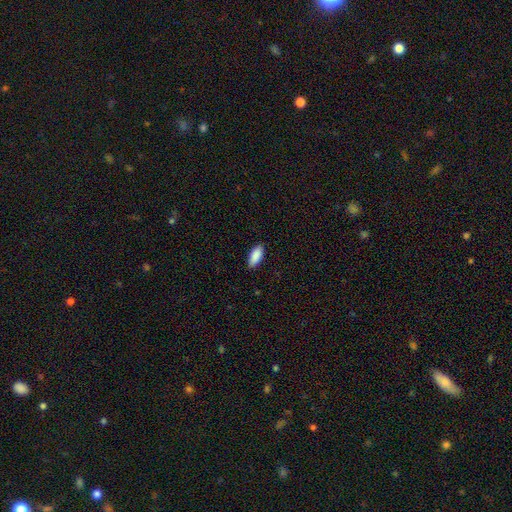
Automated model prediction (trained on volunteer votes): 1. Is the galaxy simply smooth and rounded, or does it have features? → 90% smooth, 6% star or artifact, 4% featured or disk.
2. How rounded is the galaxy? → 83% in between, 16% cigar-shaped, 2% round.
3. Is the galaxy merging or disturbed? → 87% none, 10% minor disturbance, 2% major disturbance, 1% merger.